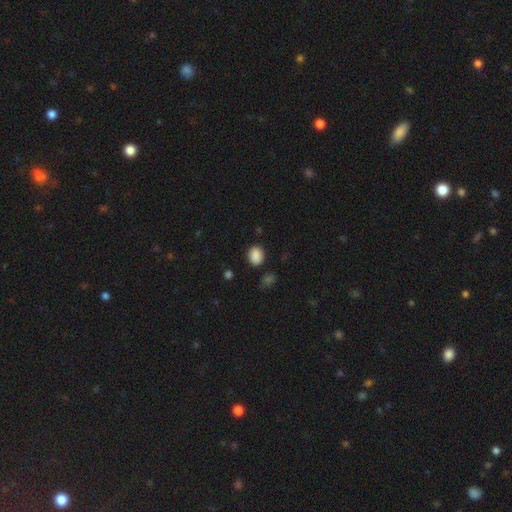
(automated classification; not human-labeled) Smooth or featured? Predicted: smooth (p=0.88). How rounded? Predicted: in between (p=0.54). Merging? Predicted: none (p=0.84).